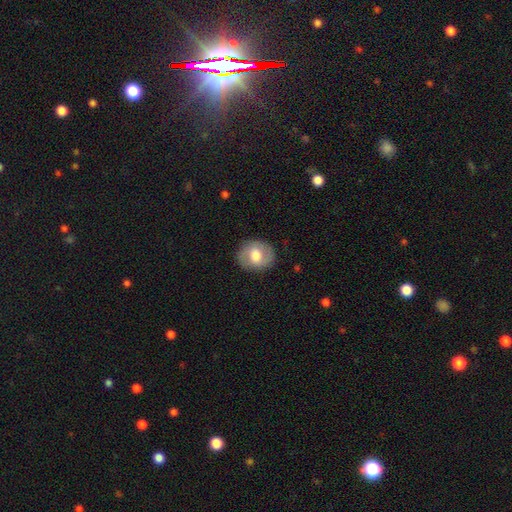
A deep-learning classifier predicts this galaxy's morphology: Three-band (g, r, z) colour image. It shows a smooth galaxy with no disk features (58%) that is round (69%). Merging: none (85%).